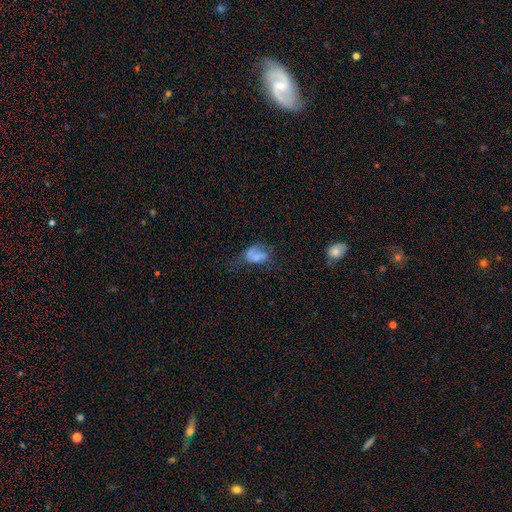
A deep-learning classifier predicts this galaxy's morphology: A smooth galaxy with no disk features (59%) that is in between round and cigar-shaped (82%). Merging: major disturbance (38%).